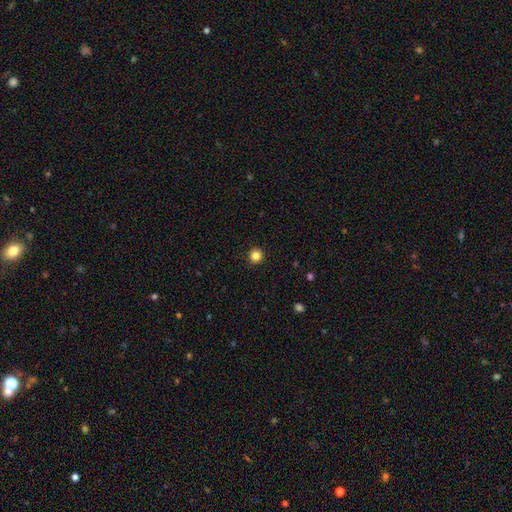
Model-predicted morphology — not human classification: Smooth or featured: smooth — 84% (star or artifact — 11%)
How rounded: round — 95% (in between — 4%)
Merging: none — 93% (minor disturbance — 4%)